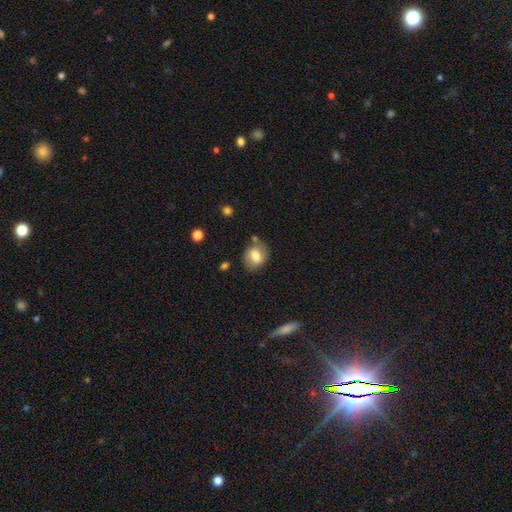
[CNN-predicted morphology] A smooth galaxy with no disk features (66%) that is round (51%).

Vote fractions:
- Smooth or featured? smooth: 66% / featured or disk: 26% / star or artifact: 8%
- How rounded? round: 51% / in between: 48% / cigar-shaped: 1%
- Merging? none: 66% / minor disturbance: 21% / merger: 7% / major disturbance: 6%